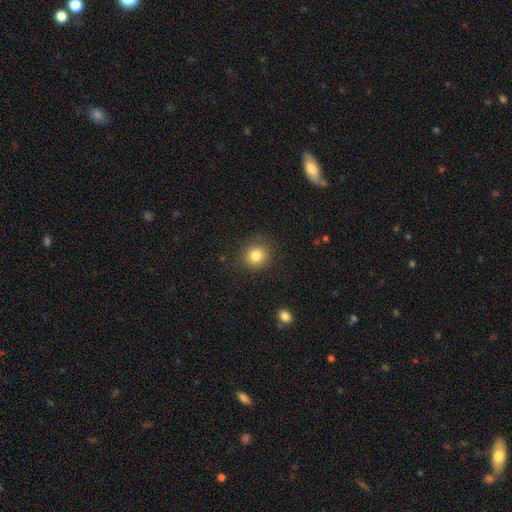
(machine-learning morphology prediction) Smooth or featured? smooth (82%)
How rounded? round (86%)
Merging? none (87%)